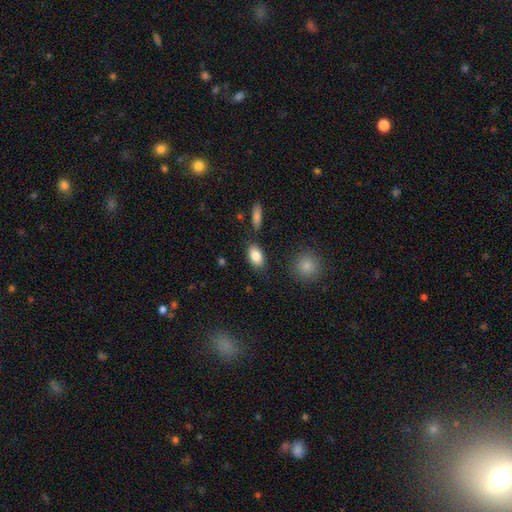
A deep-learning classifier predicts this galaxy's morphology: Overall: smooth (85%). How rounded: in between (90%). Merging: none (82%).